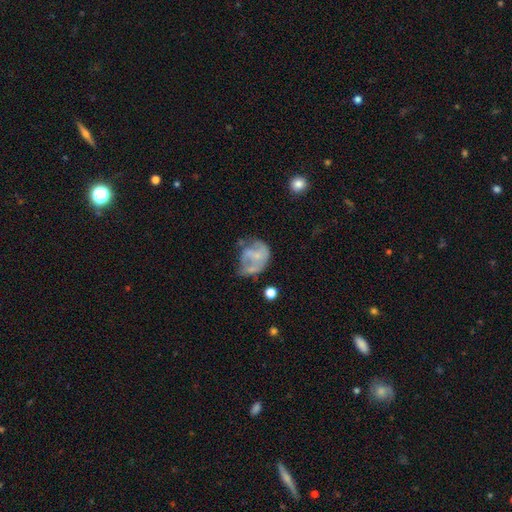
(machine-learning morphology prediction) smooth-or-featured: featured or disk: 54% | smooth: 37% | star or artifact: 9%
  disk-edge-on: no: 98% | yes: 2%
    bar: no: 76% | weak: 20% | strong: 5%
    has-spiral-arms: no: 59% | yes: 41%
    bulge-size: small: 53% | none: 27% | moderate: 17% | large: 2% | dominant: 1%
  merging: major disturbance: 33% | none: 29% | minor disturbance: 26% | merger: 12%